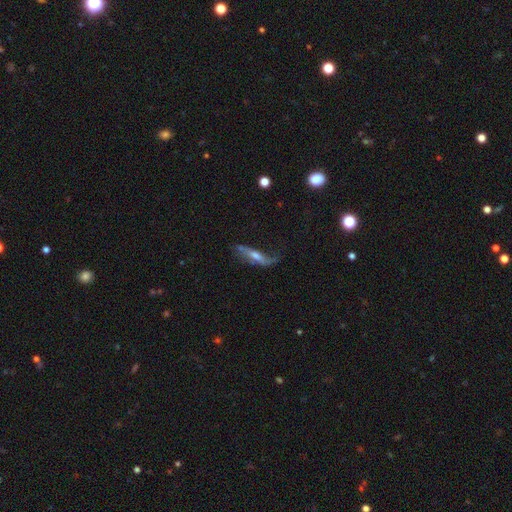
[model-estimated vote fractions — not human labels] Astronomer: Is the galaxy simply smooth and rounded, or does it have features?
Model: featured or disk — 68%.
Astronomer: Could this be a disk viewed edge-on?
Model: no — 57% (runner-up: yes, 43%).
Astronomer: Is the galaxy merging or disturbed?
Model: none — 47% (runner-up: minor disturbance, 27%).